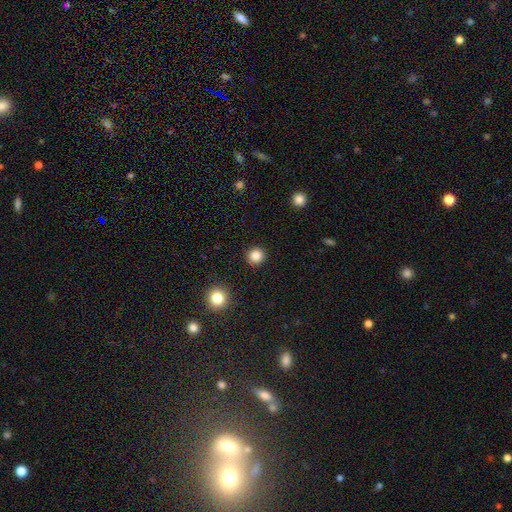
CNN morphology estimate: Q: Smooth or featured?
A: smooth (84%); runner-up: star or artifact (12%)
Q: How rounded?
A: round (92%); runner-up: in between (7%)
Q: Merging?
A: none (91%); runner-up: minor disturbance (5%)